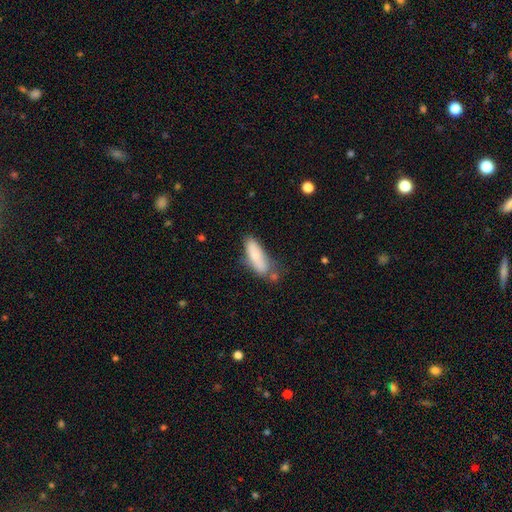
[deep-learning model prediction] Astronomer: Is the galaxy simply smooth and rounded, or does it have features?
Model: smooth — 78%.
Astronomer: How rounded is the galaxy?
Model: in between — 52% (runner-up: cigar-shaped, 46%).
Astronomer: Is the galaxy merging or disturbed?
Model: none — 57%.